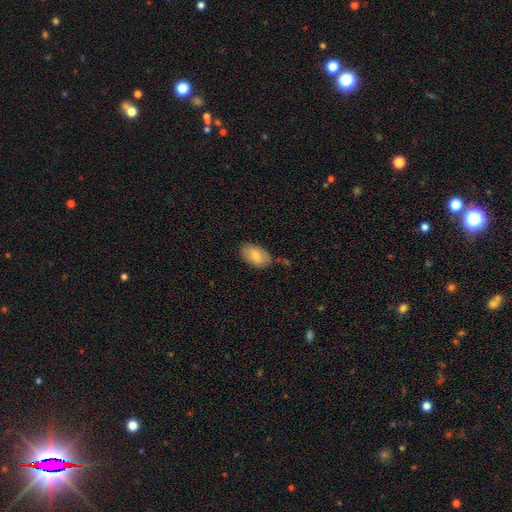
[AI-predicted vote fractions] Smooth or featured? Predicted: smooth (p=0.75). How rounded? Predicted: in between (p=0.93). Merging? Predicted: none (p=0.78).